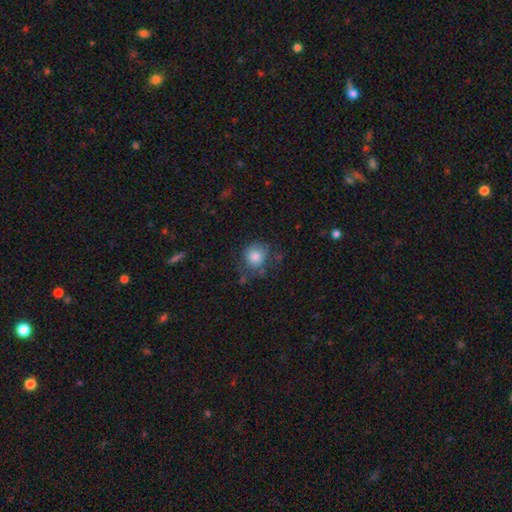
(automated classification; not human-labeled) smooth_or_featured: smooth (p=0.82) [alt: featured or disk p=0.09]
how_rounded: round (p=0.85) [alt: in between p=0.14]
merging: none (p=0.65) [alt: minor disturbance p=0.23]